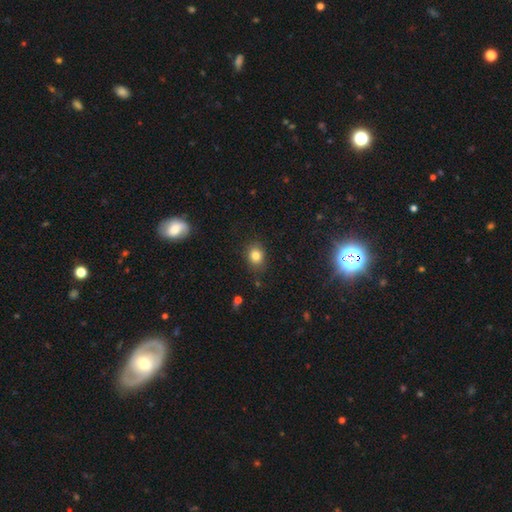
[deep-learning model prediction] A smooth galaxy with no disk features (81%) that is round (57%). Merging: none (82%).